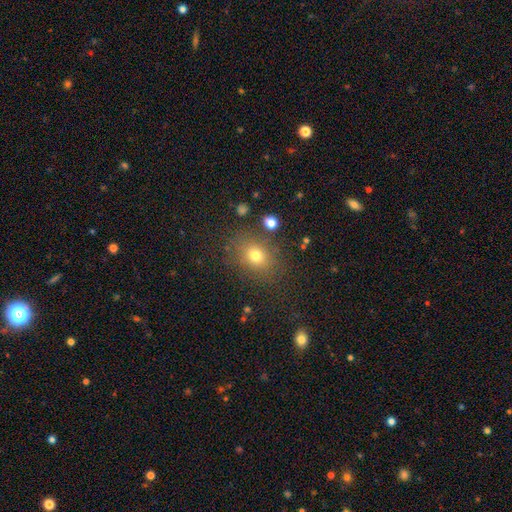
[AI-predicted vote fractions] A smooth galaxy with no disk features (74%) that is round (50%).

Vote fractions:
- Smooth or featured? smooth: 74% / star or artifact: 16% / featured or disk: 10%
- How rounded? round: 50% / in between: 49% / cigar-shaped: 1%
- Merging? none: 80% / minor disturbance: 11% / major disturbance: 5% / merger: 3%